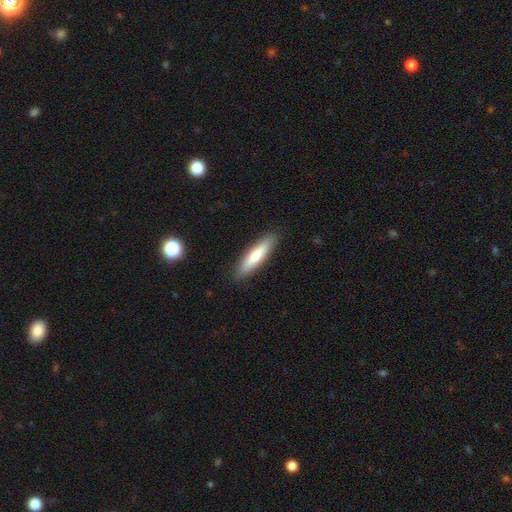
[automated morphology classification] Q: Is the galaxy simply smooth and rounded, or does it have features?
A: smooth — 71%.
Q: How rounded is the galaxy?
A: cigar-shaped — 79%.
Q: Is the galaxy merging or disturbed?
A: none — 89%.